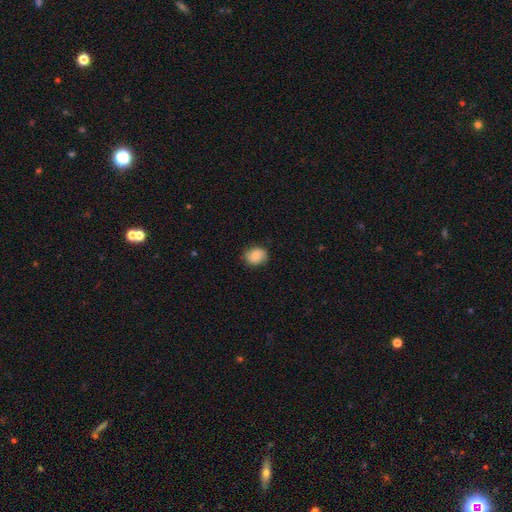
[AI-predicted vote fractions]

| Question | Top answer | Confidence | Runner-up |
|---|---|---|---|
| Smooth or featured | smooth | 73% | featured or disk (19%) |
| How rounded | round | 61% | in between (38%) |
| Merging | none | 80% | minor disturbance (15%) |